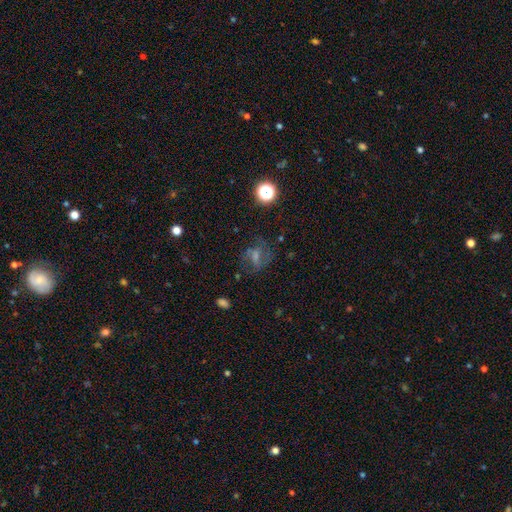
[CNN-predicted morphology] Q: Smooth or featured?
A: featured or disk (48%); runner-up: star or artifact (28%)
Q: Merging?
A: none (70%); runner-up: minor disturbance (16%)